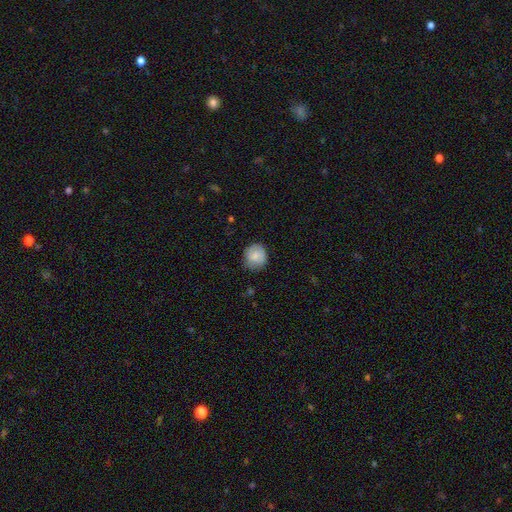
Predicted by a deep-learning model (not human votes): The model was most divided on "merging": none: 75%, minor disturbance: 20%, major disturbance: 4%, merger: 1%. More confident: how rounded — round (84%); smooth or featured — smooth (83%).